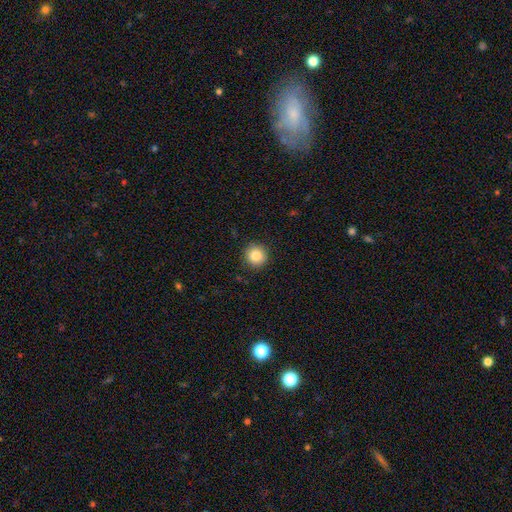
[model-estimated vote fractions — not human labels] smooth 85%, star or artifact 10%, featured or disk 6%. Down the decision tree: how rounded — round (95%); merging — none (91%).